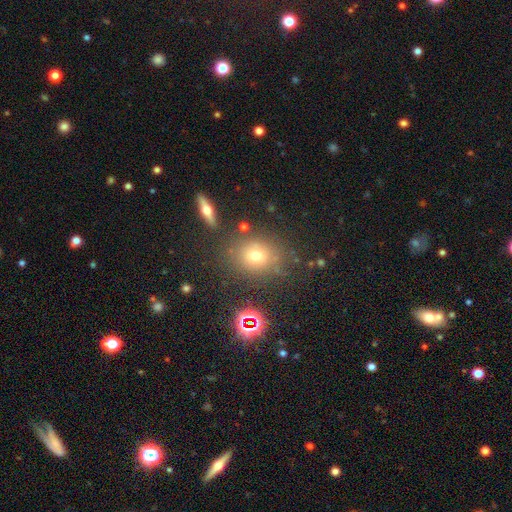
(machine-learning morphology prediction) This is likely a smooth galaxy (63%). How rounded: possibly round (58%). Merging: likely none (78%).